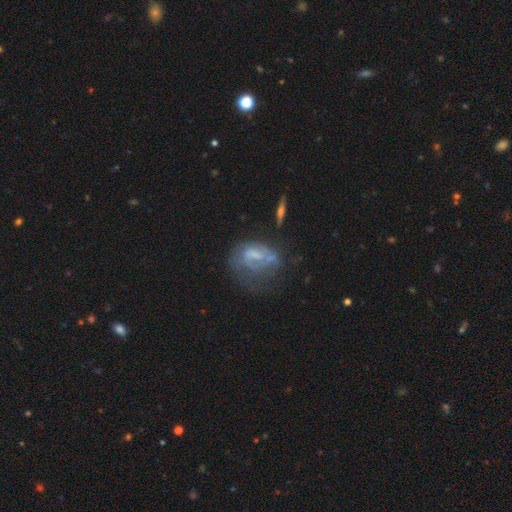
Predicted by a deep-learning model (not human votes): Overall: featured or disk (56%; smooth 32%). Edge-on disk: no (95%). Bar: no (55%; weak 33%). Spiral arms: no (62%; yes 38%). Bulge size: none (44%; small 27%). Merging: major disturbance (38%; none 32%).